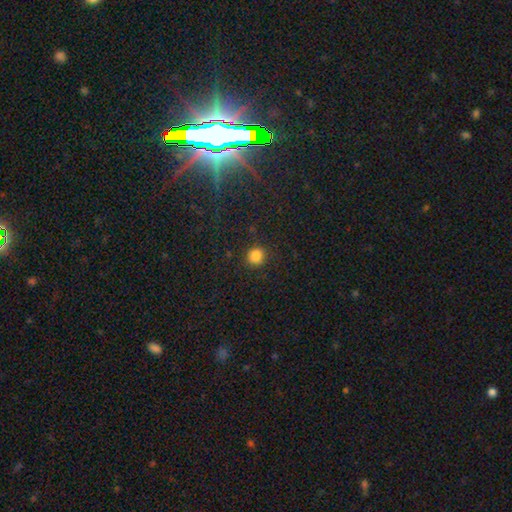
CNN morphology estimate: smooth-or-featured: smooth: 84% | star or artifact: 12% | featured or disk: 4%
  how-rounded: round: 89% | in between: 10% | cigar-shaped: 1%
  merging: none: 86% | minor disturbance: 9% | major disturbance: 3% | merger: 2%